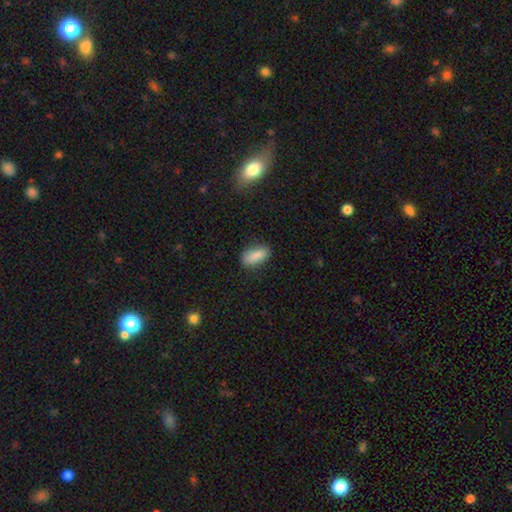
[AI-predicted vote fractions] A smooth galaxy with no disk features (86%) that is in between round and cigar-shaped (86%).

Vote fractions:
- Smooth or featured? smooth: 86% / star or artifact: 8% / featured or disk: 6%
- How rounded? in between: 86% / cigar-shaped: 11% / round: 3%
- Merging? none: 80% / minor disturbance: 15% / major disturbance: 3% / merger: 1%